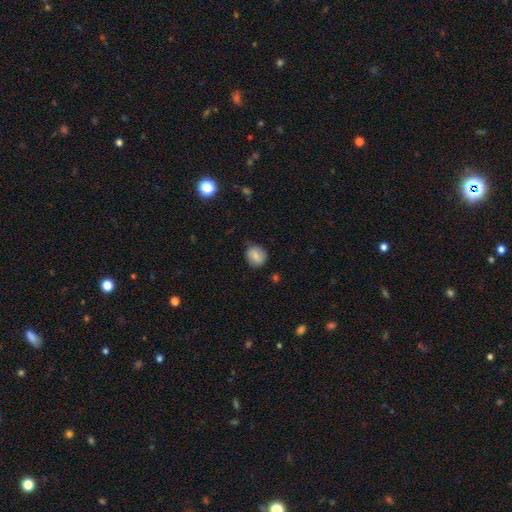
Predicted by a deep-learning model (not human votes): The model was most divided on "how rounded": round: 76%, in between: 23%, cigar-shaped: 1%. More confident: smooth or featured — smooth (76%); merging — none (74%).